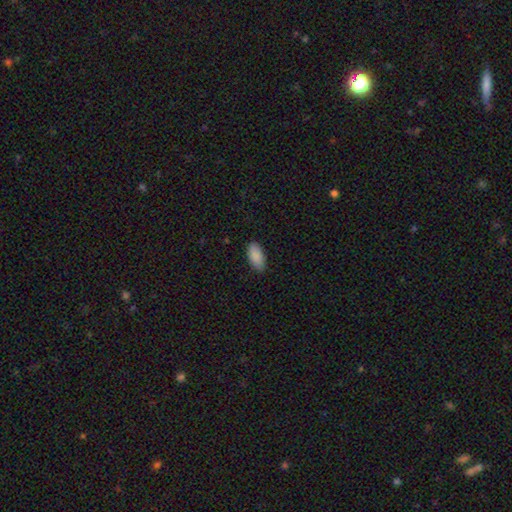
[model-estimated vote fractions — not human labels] Smooth or featured: smooth — 90% (star or artifact — 6%)
How rounded: in between — 93% (cigar-shaped — 5%)
Merging: none — 84% (minor disturbance — 13%)